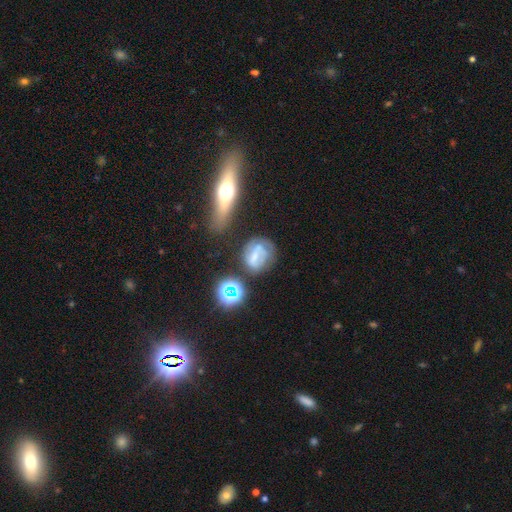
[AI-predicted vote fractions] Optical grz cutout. It shows a featured or disk galaxy (43%). Merging: none (49%).